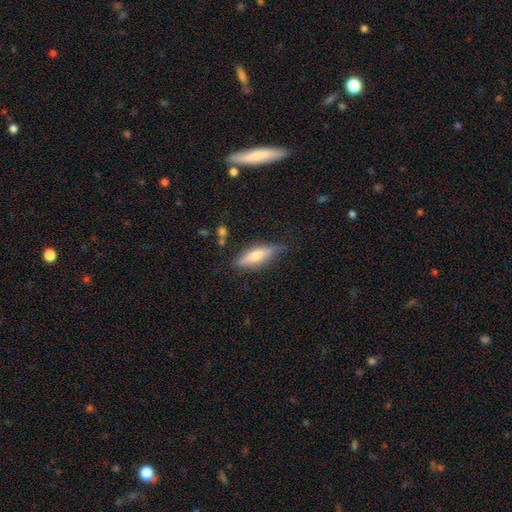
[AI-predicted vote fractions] Smooth or featured? Predicted: smooth (p=0.55). How rounded? Predicted: cigar-shaped (p=0.56). Merging? Predicted: none (p=0.73).